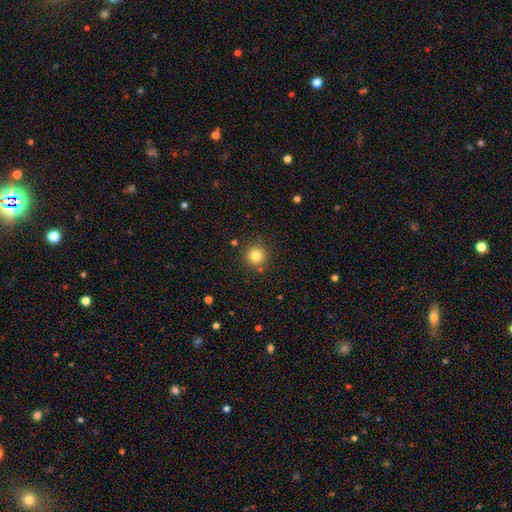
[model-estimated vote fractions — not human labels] Smooth or featured?
  - smooth: 82% *
  - star or artifact: 12%
  - featured or disk: 6%
How rounded?
  - round: 94% *
  - in between: 5%
  - cigar-shaped: 1%
Merging?
  - none: 85% *
  - minor disturbance: 9%
  - merger: 4%
  - major disturbance: 3%